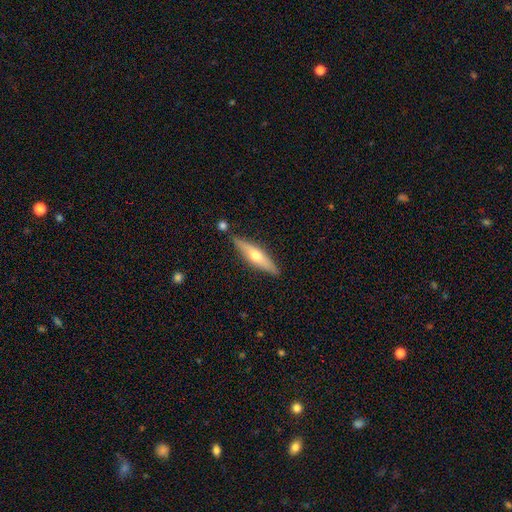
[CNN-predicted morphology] type=featured or disk (55%); edge-on=yes (91%); merging=none (83%).